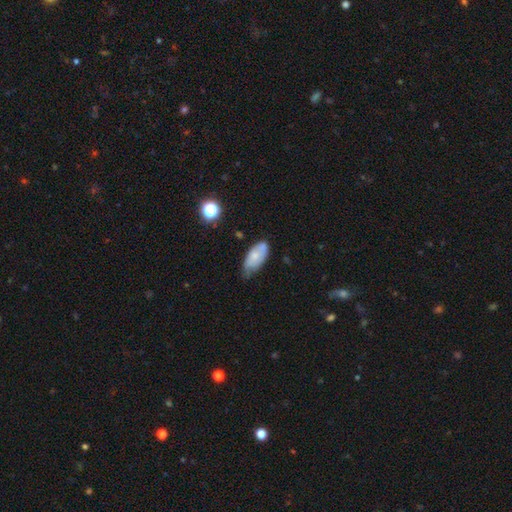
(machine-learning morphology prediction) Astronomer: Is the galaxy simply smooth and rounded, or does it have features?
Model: smooth — 62%.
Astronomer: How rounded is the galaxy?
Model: in between — 92%.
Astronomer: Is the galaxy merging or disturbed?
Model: none — 46% (runner-up: minor disturbance, 42%).